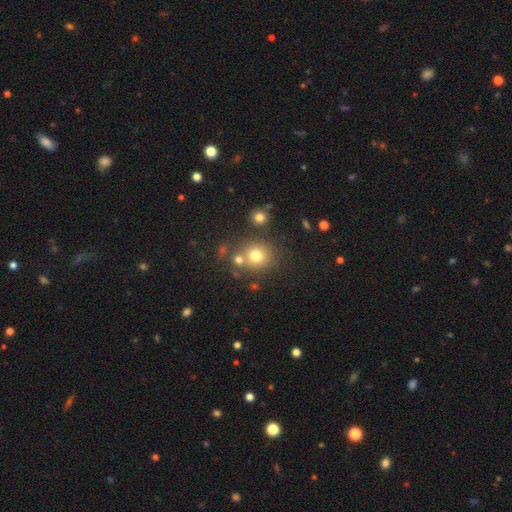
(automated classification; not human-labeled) Smooth or featured? smooth (75%)
How rounded? round (87%)
Merging? none (68%)